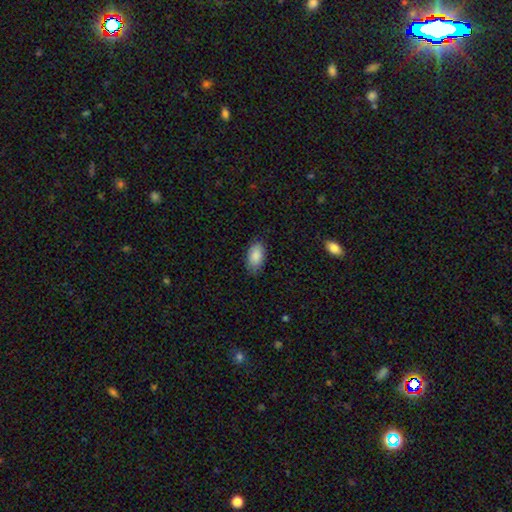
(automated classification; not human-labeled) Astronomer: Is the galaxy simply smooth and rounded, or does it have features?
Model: smooth — 88%.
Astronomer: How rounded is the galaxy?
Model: in between — 94%.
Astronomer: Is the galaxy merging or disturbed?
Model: none — 82%.